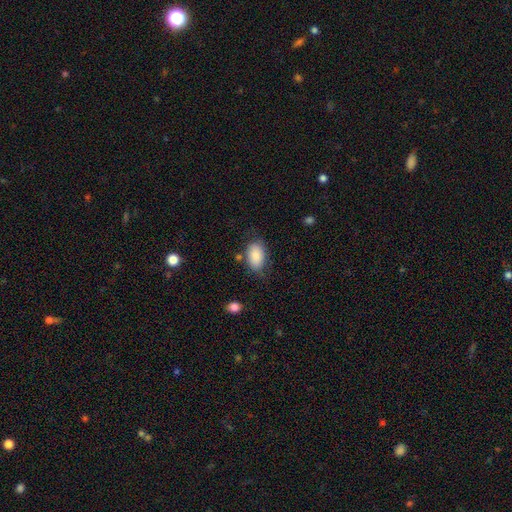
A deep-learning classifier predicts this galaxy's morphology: This appears to be a smooth galaxy with no disk features (86%) that is in between round and cigar-shaped (92%). Merging: none (69%).